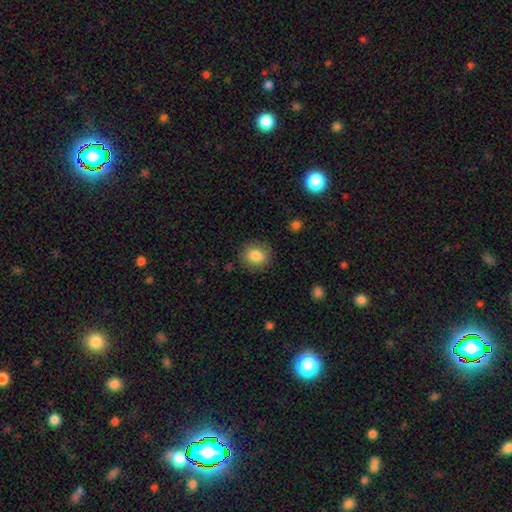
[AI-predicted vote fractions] Smooth or featured: smooth — 84% (star or artifact — 9%)
How rounded: round — 79% (in between — 20%)
Merging: none — 86% (minor disturbance — 9%)